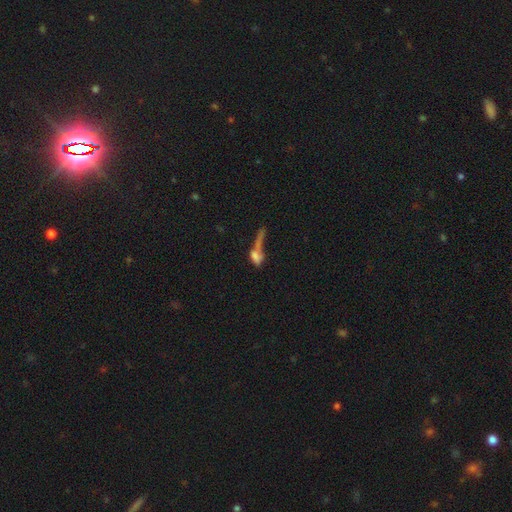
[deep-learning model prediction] Smooth or featured? smooth (56%)
How rounded? in between (62%)
Merging? merger (38%)